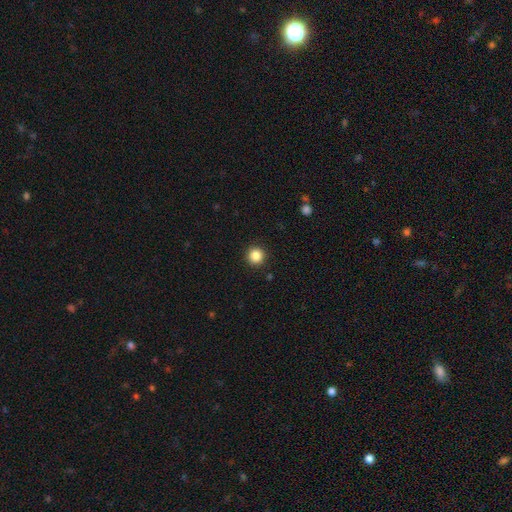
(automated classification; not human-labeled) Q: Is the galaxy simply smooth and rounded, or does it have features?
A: smooth — 86%.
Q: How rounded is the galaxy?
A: round — 95%.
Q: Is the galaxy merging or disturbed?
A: none — 93%.